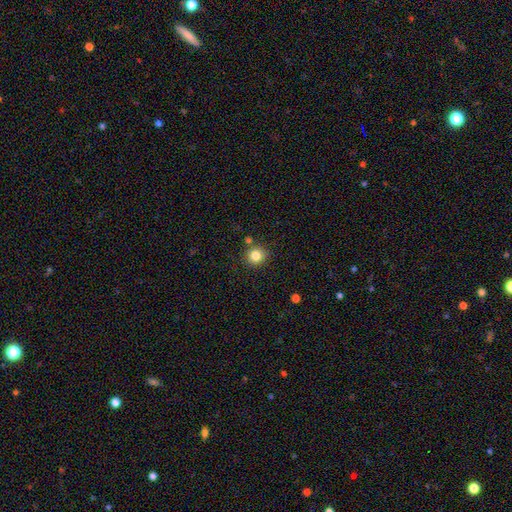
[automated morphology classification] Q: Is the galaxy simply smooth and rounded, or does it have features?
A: smooth — 83%.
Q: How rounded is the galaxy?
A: round — 92%.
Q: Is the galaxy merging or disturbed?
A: none — 84%.